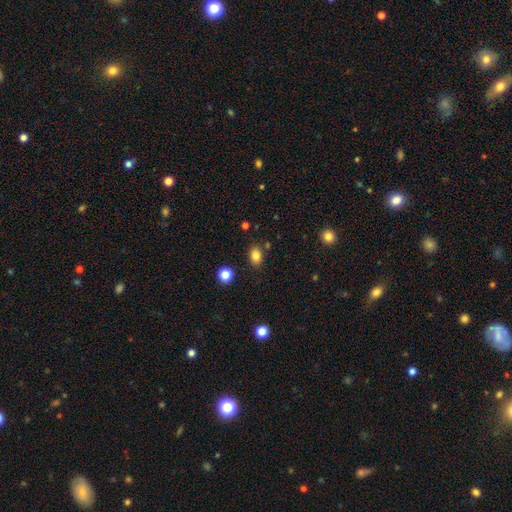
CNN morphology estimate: smooth_or_featured: smooth (p=0.83) [alt: star or artifact p=0.11]
how_rounded: in between (p=0.72) [alt: round p=0.26]
merging: none (p=0.83) [alt: minor disturbance p=0.11]